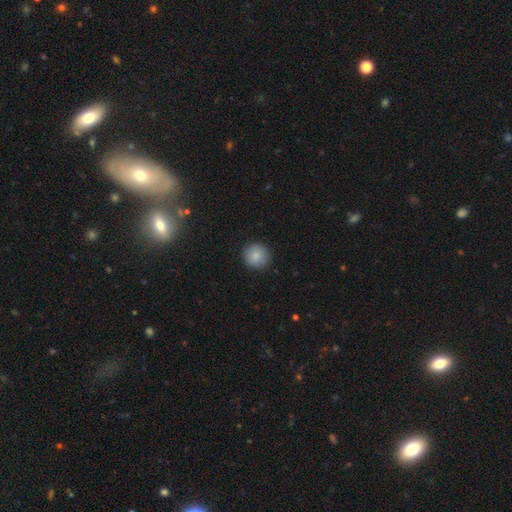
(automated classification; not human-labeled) This appears to be a smooth galaxy with no disk features (87%) that is round (93%). Merging: none (90%).